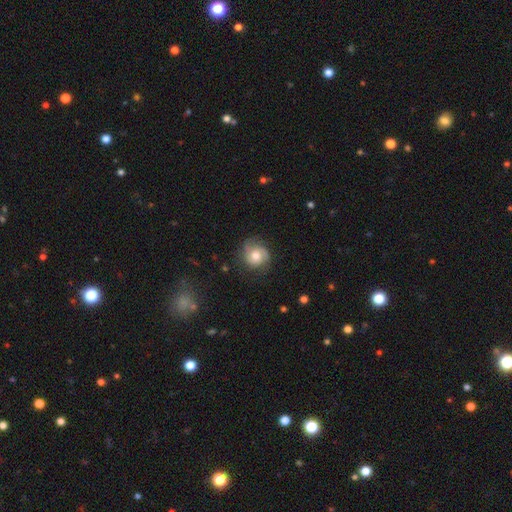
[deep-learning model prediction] A featured or disk galaxy (50%). Merging: none (68%).